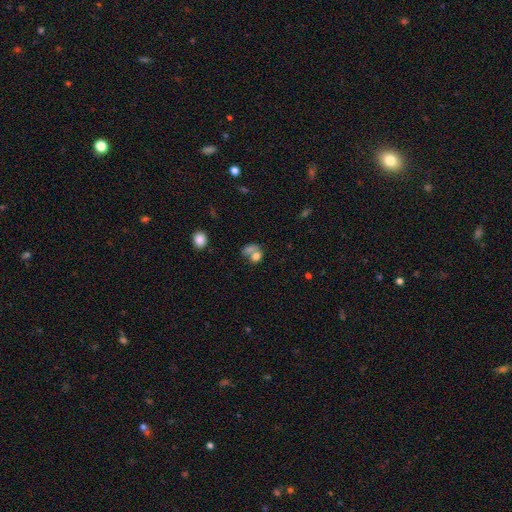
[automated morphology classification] The model was most divided on "how rounded": in between: 54%, round: 44%, cigar-shaped: 2%. More confident: smooth or featured — smooth (75%); merging — merger (52%).